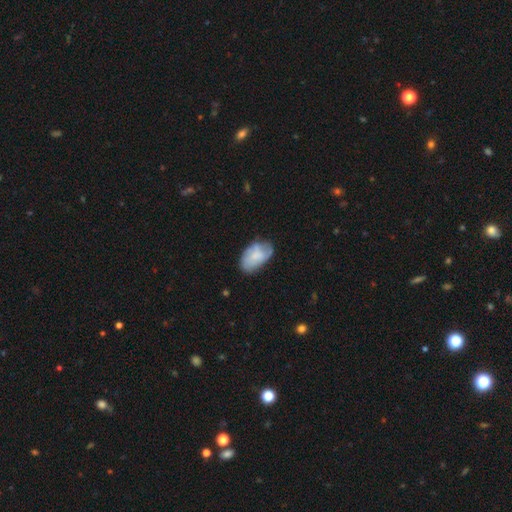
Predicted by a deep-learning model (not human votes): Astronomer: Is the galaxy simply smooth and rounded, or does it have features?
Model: smooth — 67%.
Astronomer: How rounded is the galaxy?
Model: in between — 93%.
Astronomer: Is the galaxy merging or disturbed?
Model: none — 56%.